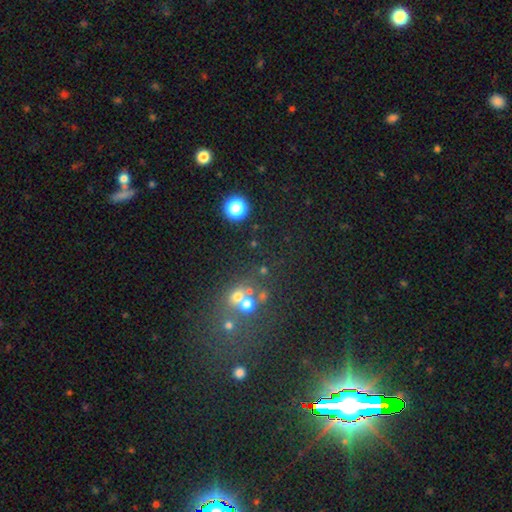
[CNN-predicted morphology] star or artifact 73%, smooth 18%, featured or disk 9%.